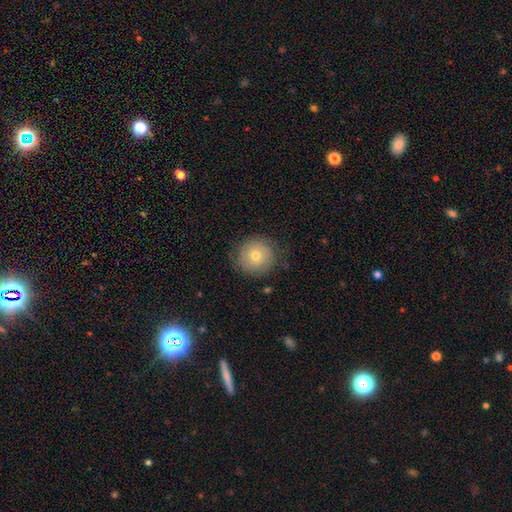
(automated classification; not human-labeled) Morphology: type=smooth (64%); roundness=round (94%); merging=none (80%).